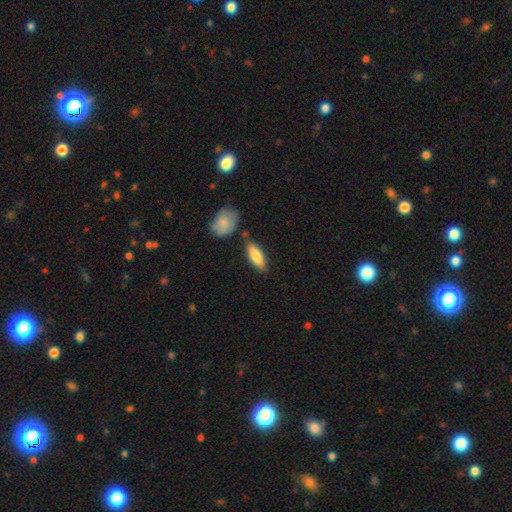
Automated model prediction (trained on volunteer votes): Overall: smooth (81%). How rounded: in between (70%). Merging: none (77%).